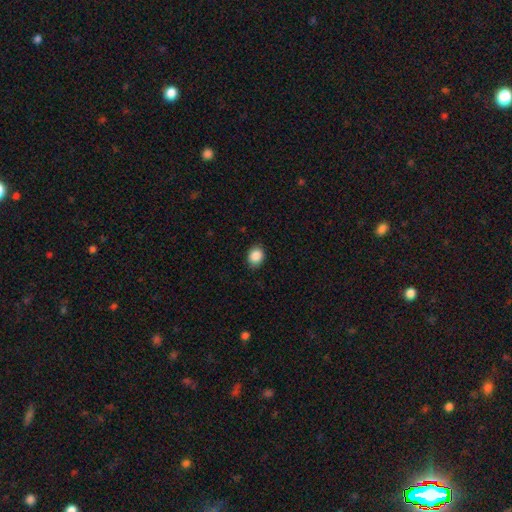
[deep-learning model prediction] Smooth or featured? Predicted: smooth (p=0.88). How rounded? Predicted: in between (p=0.54). Merging? Predicted: none (p=0.86).